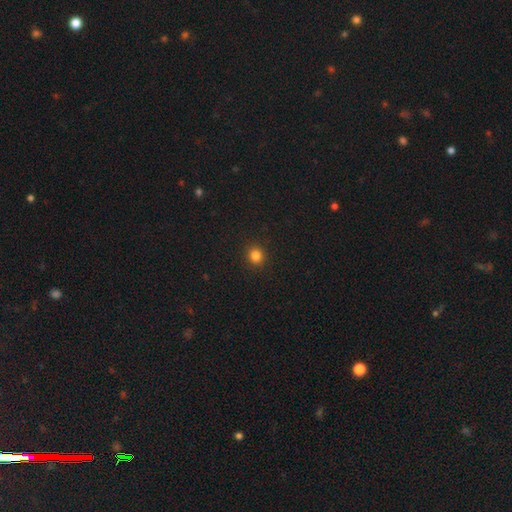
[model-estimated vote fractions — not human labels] Smooth or featured? Predicted: smooth (p=0.83). How rounded? Predicted: round (p=0.88). Merging? Predicted: none (p=0.92).